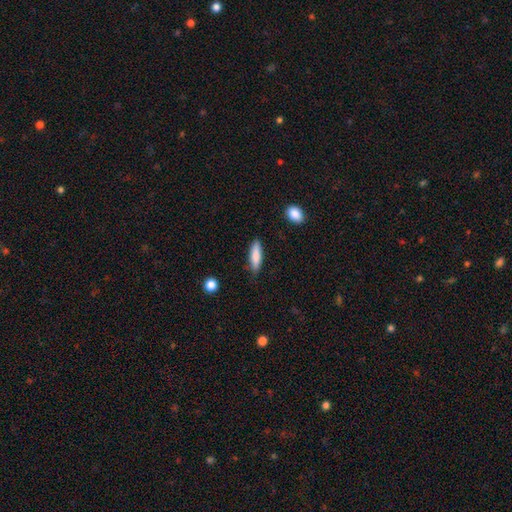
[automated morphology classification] This is clearly a smooth galaxy (80%). How rounded: likely cigar-shaped (65%). Merging: clearly none (83%).